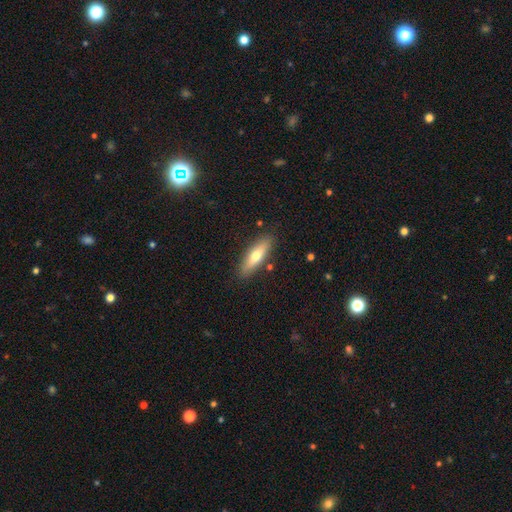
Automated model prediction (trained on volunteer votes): smooth 63%, featured or disk 31%, star or artifact 6%. Down the decision tree: how rounded — cigar-shaped (60%); merging — none (85%).